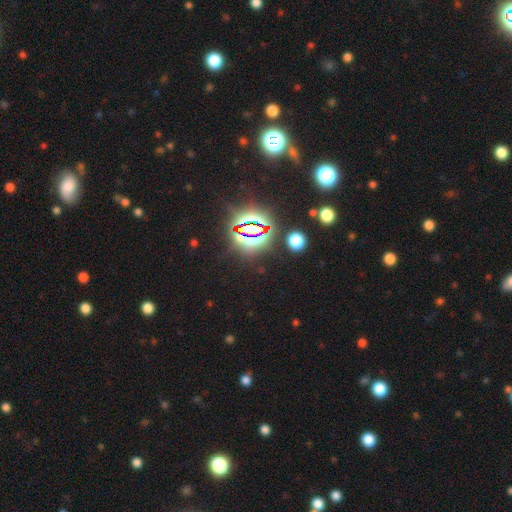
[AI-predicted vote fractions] smooth-or-featured: star or artifact: 81% | smooth: 11% | featured or disk: 7%